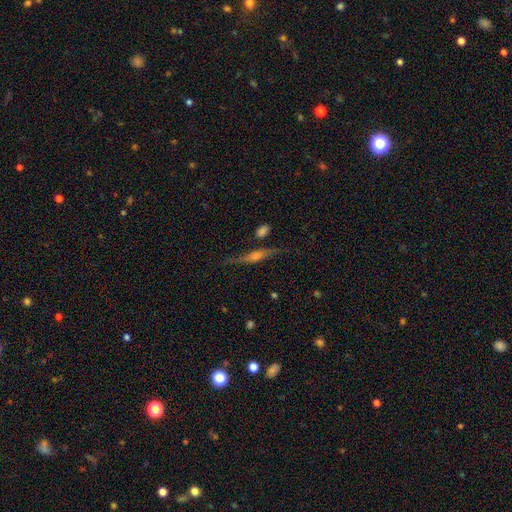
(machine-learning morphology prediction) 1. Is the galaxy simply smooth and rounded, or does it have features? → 76% featured or disk, 15% smooth, 9% star or artifact.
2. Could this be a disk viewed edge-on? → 96% yes, 4% no.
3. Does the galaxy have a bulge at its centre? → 82% rounded, 12% boxy, 6% none.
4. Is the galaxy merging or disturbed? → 81% none, 12% minor disturbance, 4% major disturbance, 4% merger.